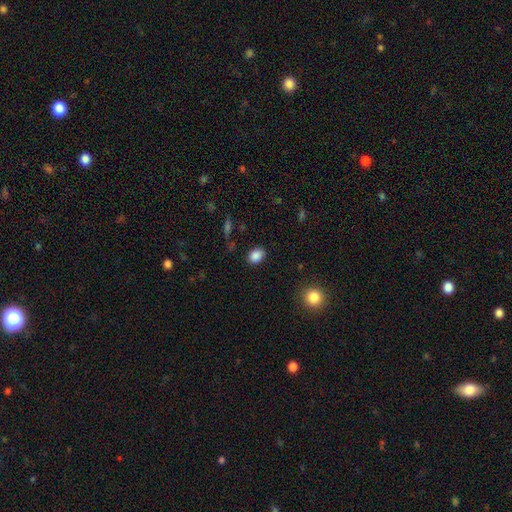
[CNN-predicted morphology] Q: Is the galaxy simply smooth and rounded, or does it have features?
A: smooth — 86%.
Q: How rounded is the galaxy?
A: in between — 69%.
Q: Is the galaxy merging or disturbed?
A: none — 86%.